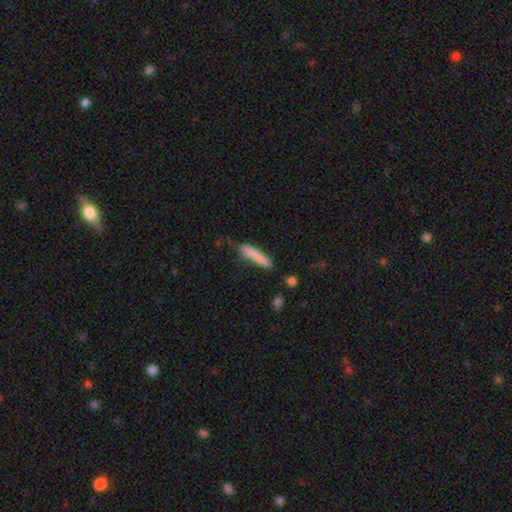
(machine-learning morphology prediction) type=smooth (82%); roundness=cigar-shaped (90%); merging=none (72%).